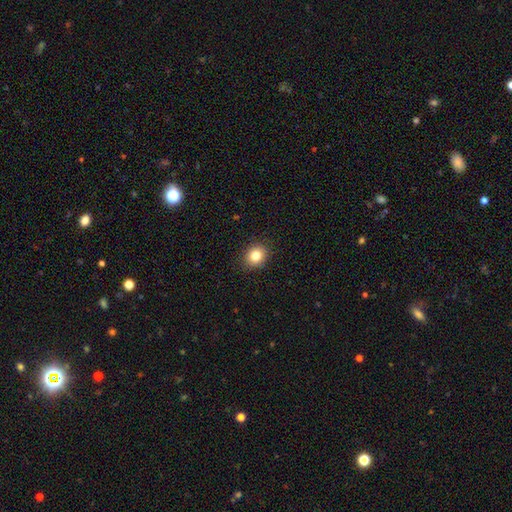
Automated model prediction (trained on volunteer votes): This is clearly a smooth galaxy (82%). How rounded: likely round (71%). Merging: clearly none (89%).